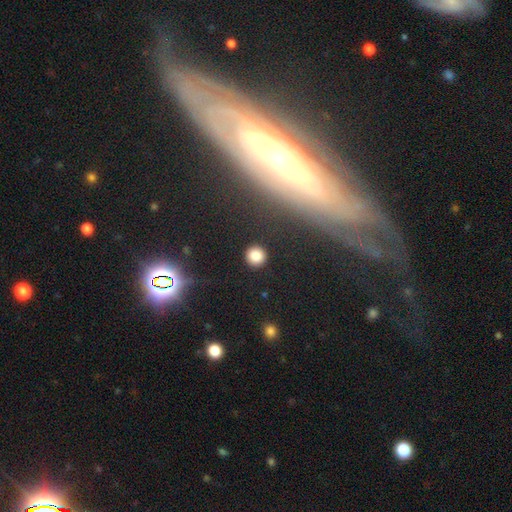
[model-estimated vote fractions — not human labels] smooth_or_featured: smooth (p=0.83) [alt: star or artifact p=0.12]
how_rounded: round (p=0.93) [alt: in between p=0.06]
merging: none (p=0.91) [alt: minor disturbance p=0.06]